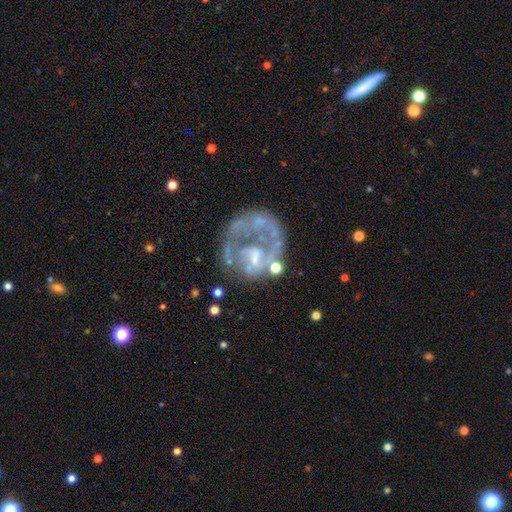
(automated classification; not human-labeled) Smooth or featured: featured or disk — 75% (smooth — 15%)
Edge-on disk: no — 98% (yes — 2%)
Bar: no — 72% (weak — 21%)
Spiral arms: no — 61% (yes — 39%)
Bulge size: none — 52% (small — 22%)
Merging: none — 43% (major disturbance — 33%)